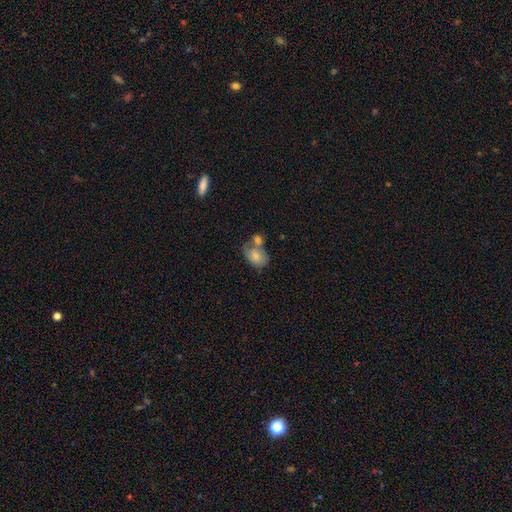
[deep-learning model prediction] Smooth or featured: smooth — 71% (featured or disk — 22%)
How rounded: in between — 81% (round — 18%)
Merging: merger — 51% (none — 24%)